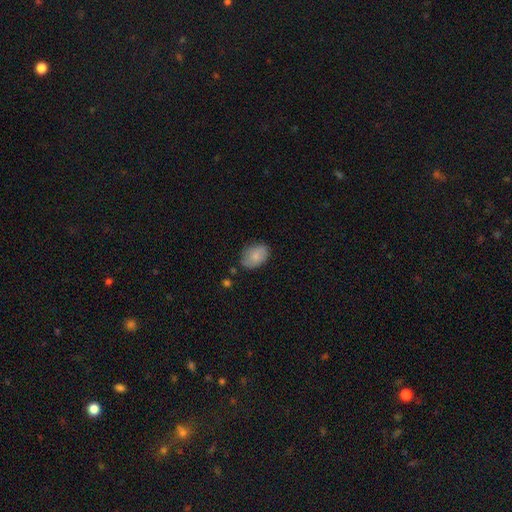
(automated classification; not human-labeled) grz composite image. It shows a smooth galaxy with no disk features (81%) that is in between round and cigar-shaped (87%). Merging: none (74%).